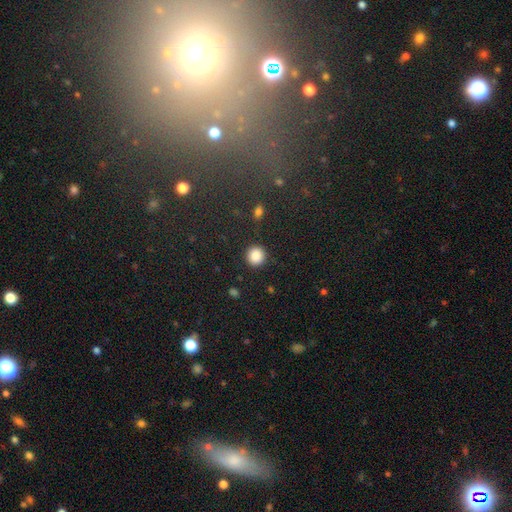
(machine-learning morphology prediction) Smooth or featured? smooth (87%)
How rounded? round (93%)
Merging? none (91%)